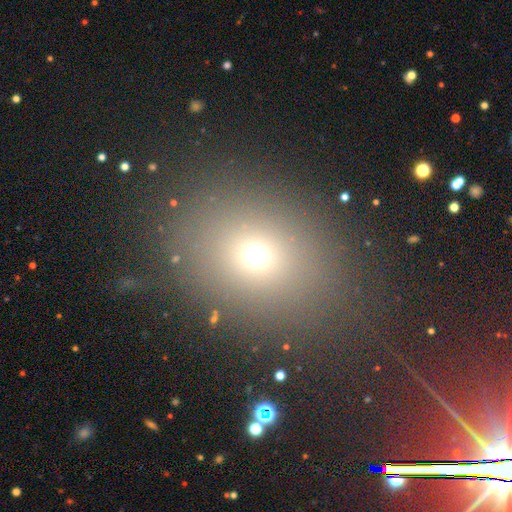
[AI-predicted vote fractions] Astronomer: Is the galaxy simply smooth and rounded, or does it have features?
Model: smooth — 54% (runner-up: star or artifact, 36%).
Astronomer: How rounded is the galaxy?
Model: round — 63%.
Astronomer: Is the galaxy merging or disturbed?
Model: none — 86%.